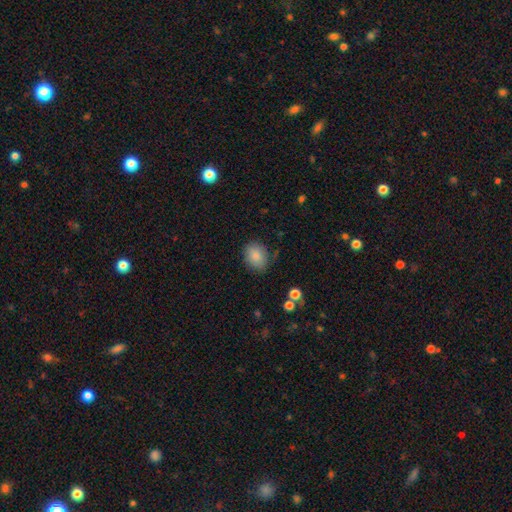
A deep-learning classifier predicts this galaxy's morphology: Overall: smooth (85%). How rounded: in between (59%; round 40%). Merging: none (78%).